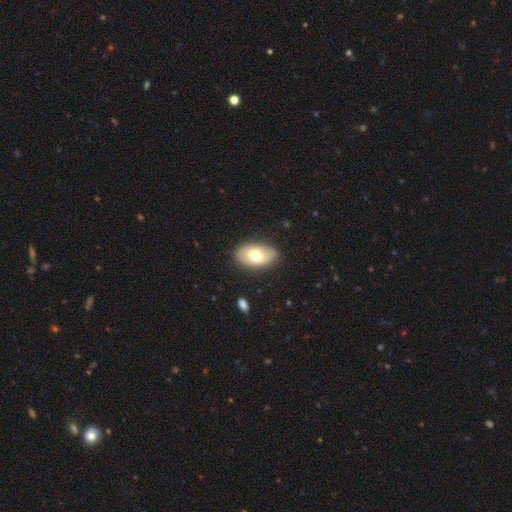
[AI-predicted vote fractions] Smooth or featured: smooth — 69% (featured or disk — 24%)
How rounded: in between — 93% (round — 6%)
Merging: none — 82% (minor disturbance — 14%)